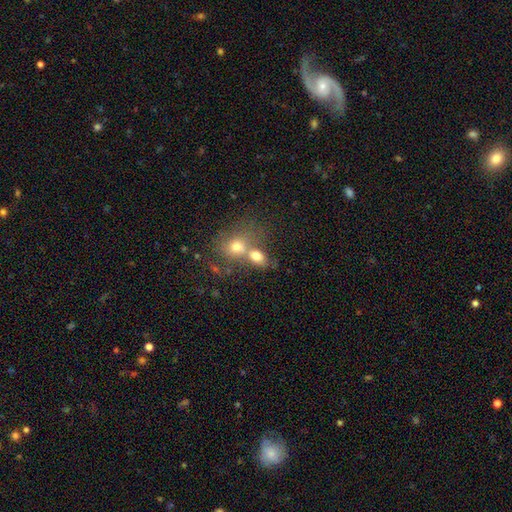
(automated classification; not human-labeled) This is likely a smooth galaxy (73%). How rounded: likely in between (61%). Merging: possibly merger (57%).